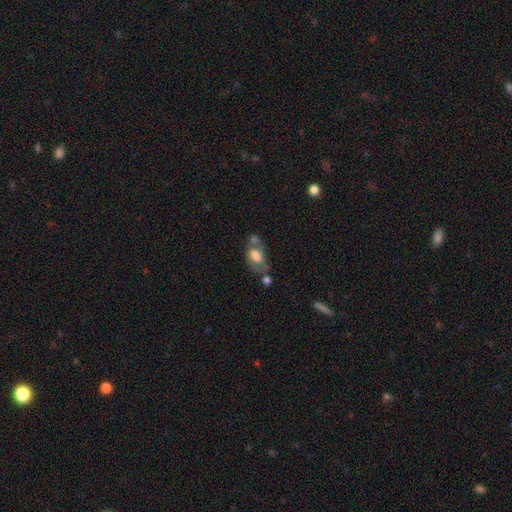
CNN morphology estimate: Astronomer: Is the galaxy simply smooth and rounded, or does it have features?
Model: smooth — 51% (runner-up: featured or disk, 41%).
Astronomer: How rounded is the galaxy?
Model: in between — 86%.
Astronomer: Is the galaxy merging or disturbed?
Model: none — 36% (runner-up: merger, 29%).